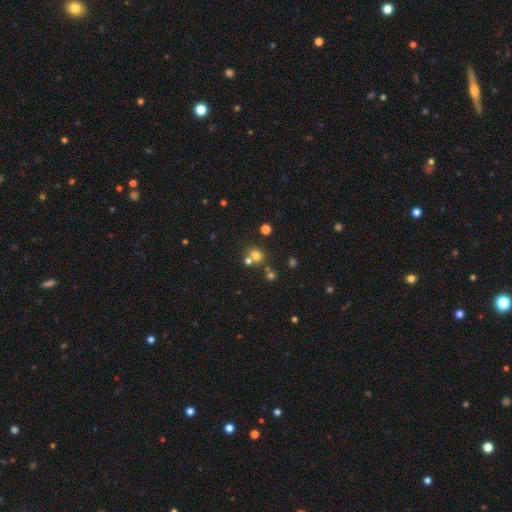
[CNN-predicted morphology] A smooth galaxy with no disk features (68%) that is round (83%).

Vote fractions:
- Smooth or featured? smooth: 68% / star or artifact: 22% / featured or disk: 10%
- How rounded? round: 83% / in between: 16% / cigar-shaped: 1%
- Merging? none: 61% / merger: 27% / minor disturbance: 8% / major disturbance: 4%